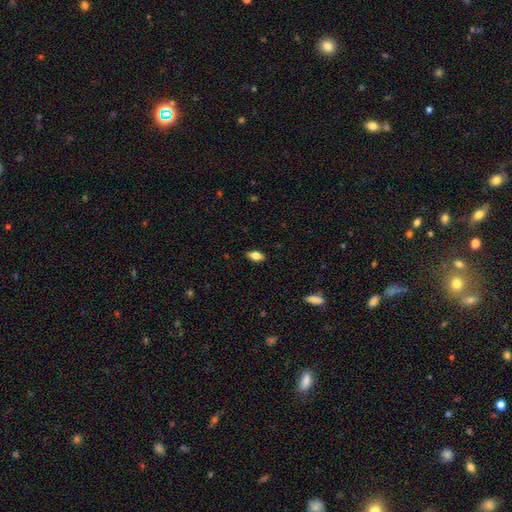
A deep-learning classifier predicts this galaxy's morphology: This appears to be a smooth galaxy with no disk features (73%) that is in between round and cigar-shaped (86%). Merging: none (87%).